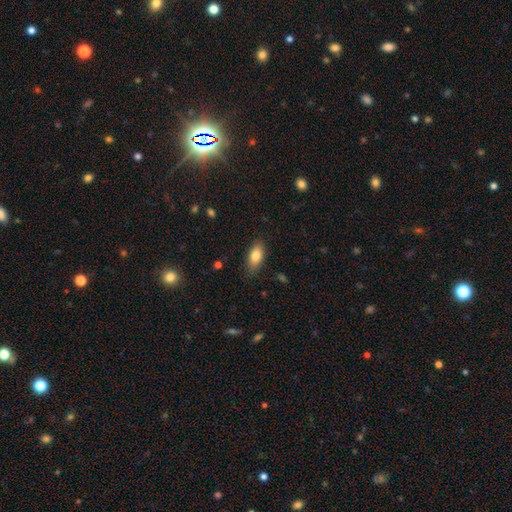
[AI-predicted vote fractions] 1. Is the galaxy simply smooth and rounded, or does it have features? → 81% smooth, 12% featured or disk, 7% star or artifact.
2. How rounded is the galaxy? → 86% in between, 11% cigar-shaped, 3% round.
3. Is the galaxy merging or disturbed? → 84% none, 12% minor disturbance, 3% major disturbance, 1% merger.